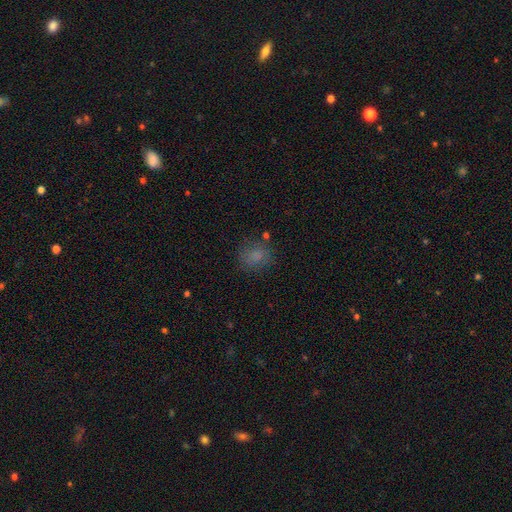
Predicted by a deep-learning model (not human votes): smooth-or-featured: smooth: 77% | star or artifact: 15% | featured or disk: 8%
  how-rounded: round: 69% | in between: 30% | cigar-shaped: 1%
  merging: none: 77% | minor disturbance: 15% | major disturbance: 6% | merger: 3%